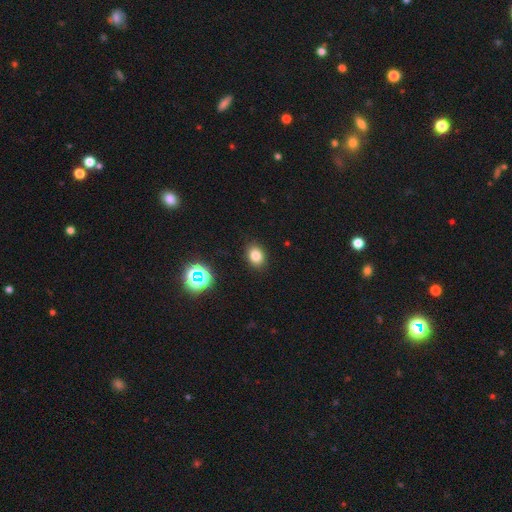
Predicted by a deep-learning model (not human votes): smooth-or-featured: smooth: 79% | star or artifact: 14% | featured or disk: 6%
  how-rounded: in between: 61% | round: 38% | cigar-shaped: 1%
  merging: none: 88% | minor disturbance: 8% | major disturbance: 2% | merger: 1%